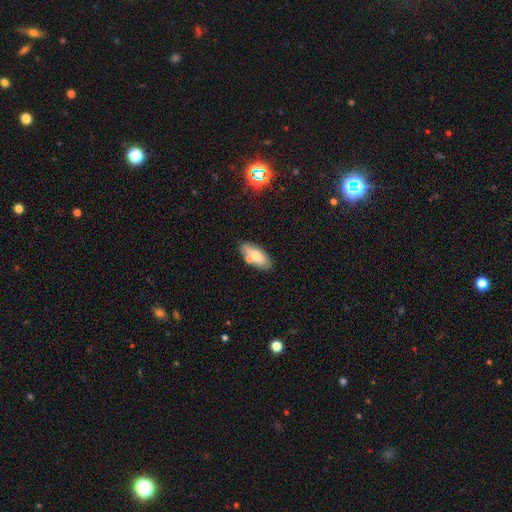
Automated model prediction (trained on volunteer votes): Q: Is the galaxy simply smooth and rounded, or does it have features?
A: smooth — 66%.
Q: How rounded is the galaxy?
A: in between — 82%.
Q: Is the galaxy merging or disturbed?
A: none — 68%.